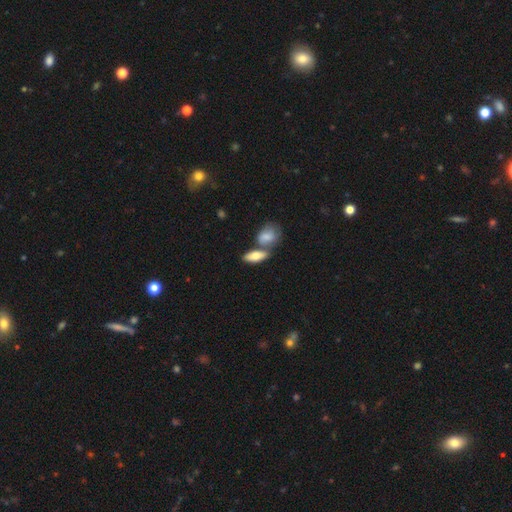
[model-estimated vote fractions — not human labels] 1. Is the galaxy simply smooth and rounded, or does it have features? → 73% smooth, 21% featured or disk, 6% star or artifact.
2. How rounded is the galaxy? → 79% in between, 16% cigar-shaped, 5% round.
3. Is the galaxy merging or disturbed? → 49% none, 36% merger, 12% minor disturbance, 4% major disturbance.